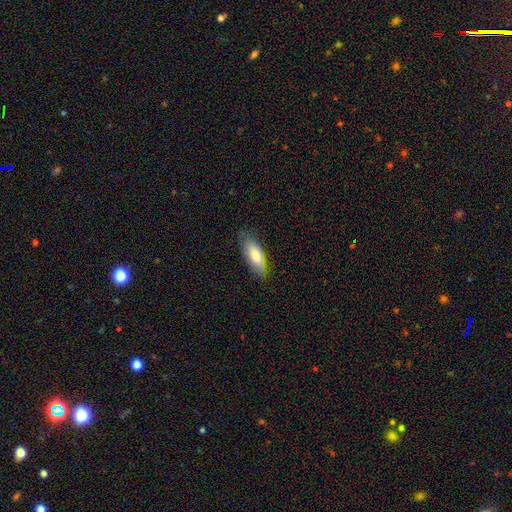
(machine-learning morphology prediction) Smooth or featured? smooth (71%)
How rounded? in between (69%)
Merging? none (72%)